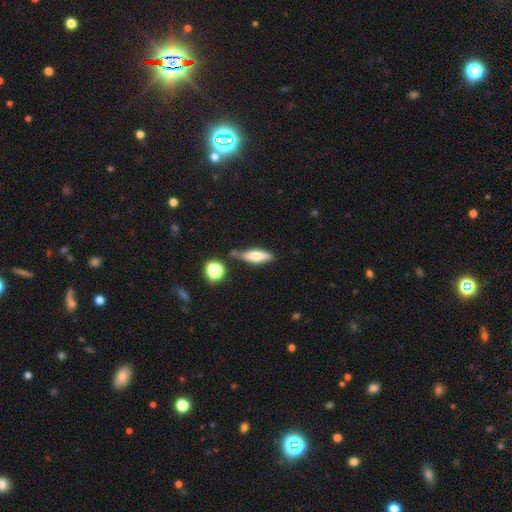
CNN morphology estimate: smooth 56%, featured or disk 36%, star or artifact 9%. Down the decision tree: how rounded — cigar-shaped (57%); merging — none (72%).